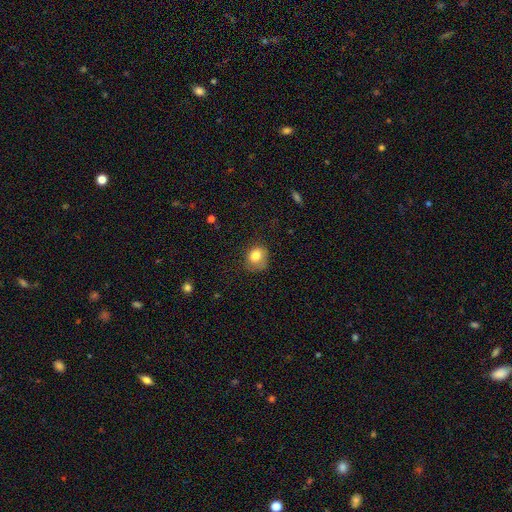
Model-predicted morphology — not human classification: smooth 80%, featured or disk 11%, star or artifact 9%. Down the decision tree: how rounded — round (62%); merging — none (52%).